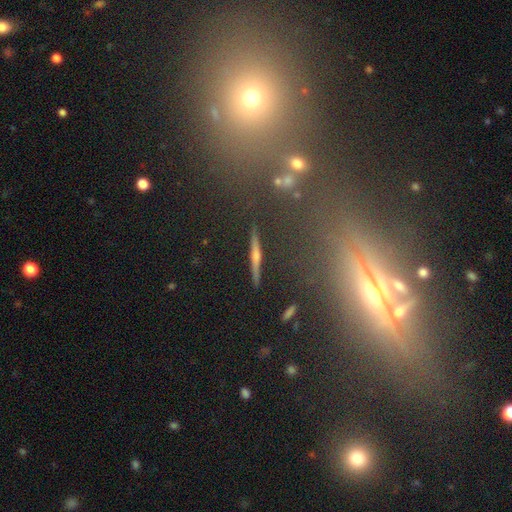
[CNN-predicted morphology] A featured or disk galaxy (51%) viewed edge-on (88%).

Vote fractions:
- Smooth or featured? featured or disk: 51% / star or artifact: 25% / smooth: 25%
- Edge-on disk? yes: 88% / no: 12%
- Merging? none: 84% / minor disturbance: 9% / major disturbance: 3% / merger: 3%